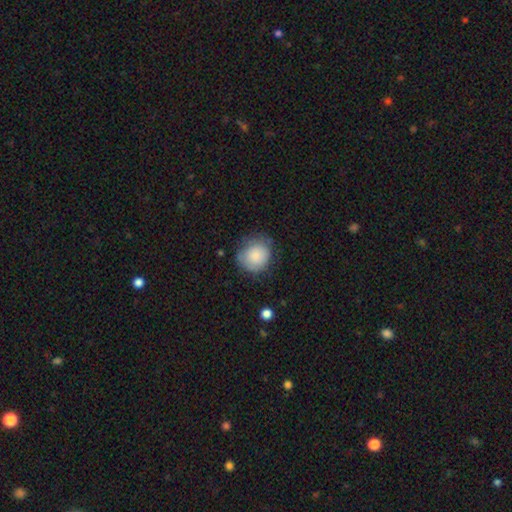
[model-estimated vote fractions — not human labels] A smooth galaxy with no disk features (82%) that is round (82%).

Vote fractions:
- Smooth or featured? smooth: 82% / featured or disk: 11% / star or artifact: 7%
- How rounded? round: 82% / in between: 17% / cigar-shaped: 1%
- Merging? none: 63% / minor disturbance: 26% / major disturbance: 9% / merger: 2%